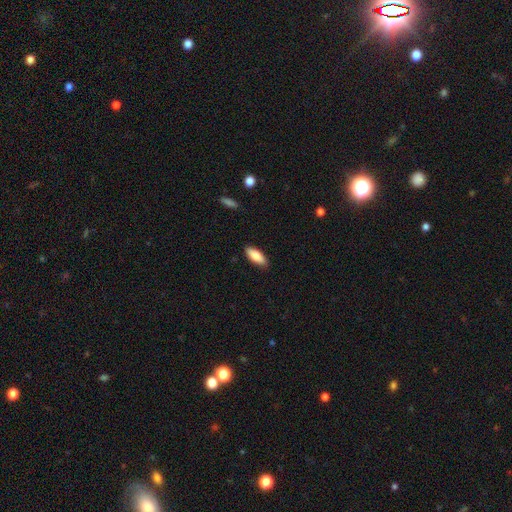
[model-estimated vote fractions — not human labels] The model was most divided on "how rounded": in between: 76%, cigar-shaped: 22%, round: 2%. More confident: merging — none (88%); smooth or featured — smooth (82%).